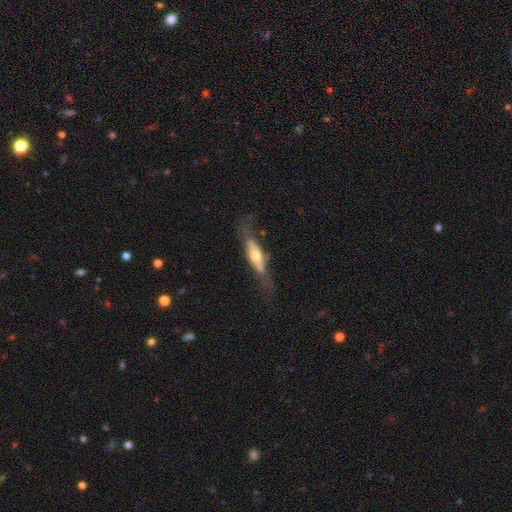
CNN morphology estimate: Smooth or featured? Predicted: featured or disk (p=0.53). Edge-on disk? Predicted: yes (p=0.64). Merging? Predicted: none (p=0.55).